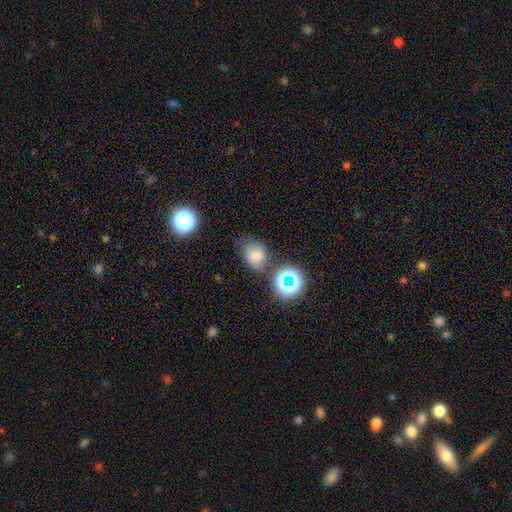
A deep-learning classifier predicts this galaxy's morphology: smooth 72%, star or artifact 18%, featured or disk 10%. Down the decision tree: how rounded — in between (56%); merging — none (58%).